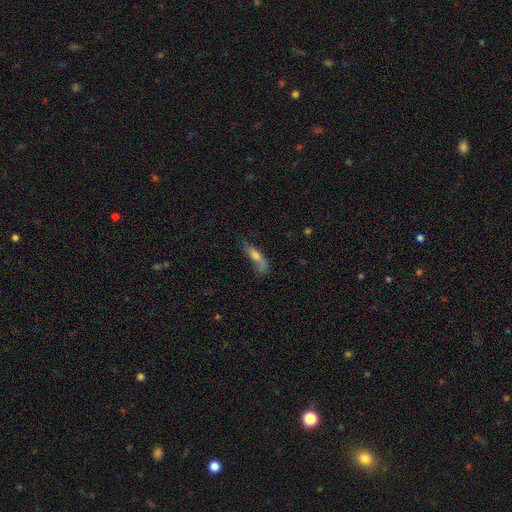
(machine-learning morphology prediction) smooth 61%, featured or disk 31%, star or artifact 8%. Down the decision tree: how rounded — cigar-shaped (58%); merging — none (53%).